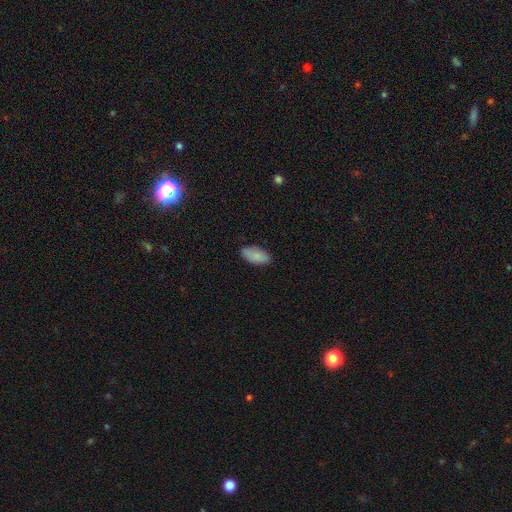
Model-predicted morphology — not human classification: type=smooth (85%); roundness=in between (93%); merging=none (82%).